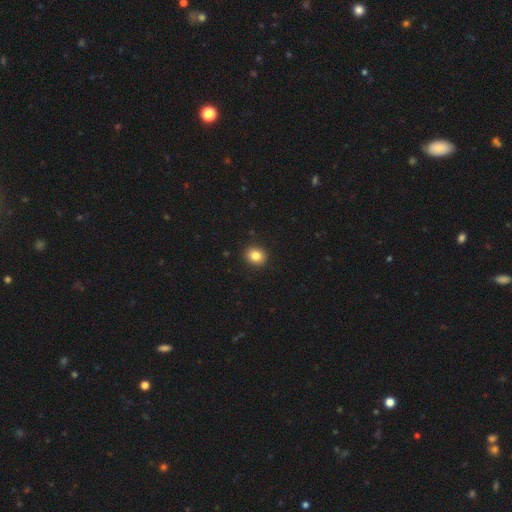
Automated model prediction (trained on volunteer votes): The model was most divided on "how rounded": round: 70%, in between: 29%, cigar-shaped: 1%. More confident: merging — none (92%); smooth or featured — smooth (84%).